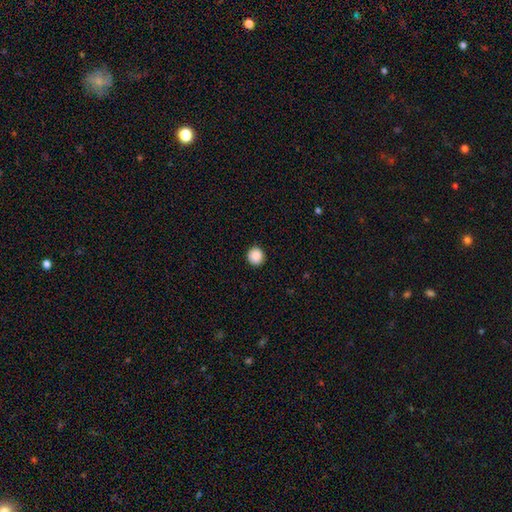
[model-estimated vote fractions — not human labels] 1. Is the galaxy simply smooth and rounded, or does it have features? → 89% smooth, 9% star or artifact, 3% featured or disk.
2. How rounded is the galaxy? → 93% round, 6% in between, 1% cigar-shaped.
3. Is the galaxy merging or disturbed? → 93% none, 5% minor disturbance, 2% major disturbance, 1% merger.